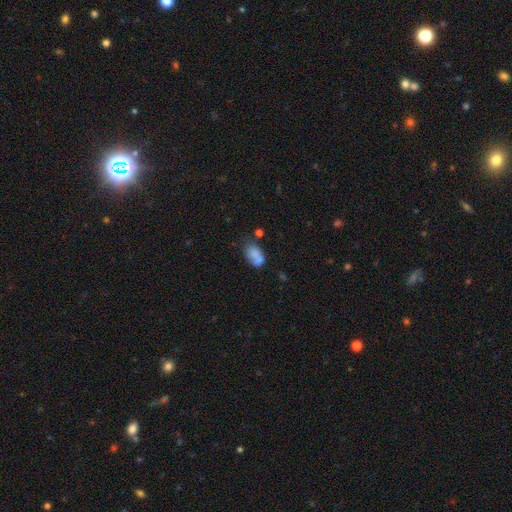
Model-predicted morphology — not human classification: Smooth or featured? Predicted: smooth (p=0.73). How rounded? Predicted: in between (p=0.84). Merging? Predicted: none (p=0.37).